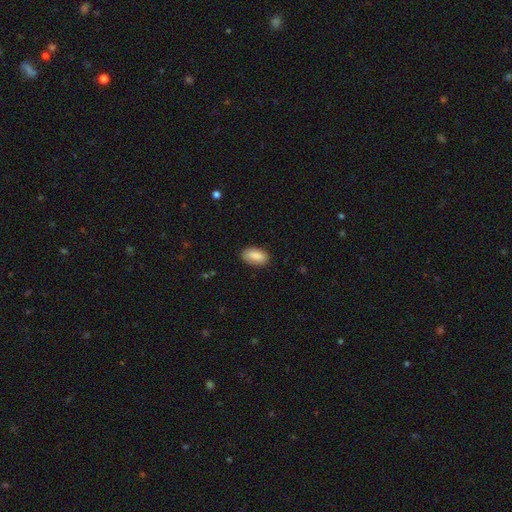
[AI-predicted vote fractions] Smooth or featured?
  - smooth: 88% *
  - star or artifact: 7%
  - featured or disk: 5%
How rounded?
  - in between: 93% *
  - cigar-shaped: 4%
  - round: 3%
Merging?
  - none: 82% *
  - minor disturbance: 14%
  - major disturbance: 3%
  - merger: 1%